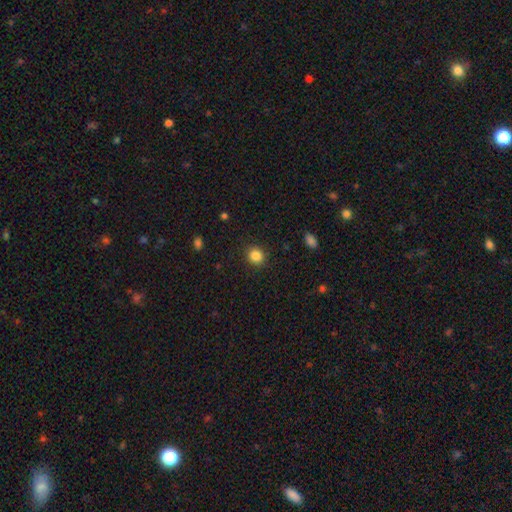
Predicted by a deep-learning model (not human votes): Smooth or featured?
  - smooth: 86% *
  - star or artifact: 11%
  - featured or disk: 3%
How rounded?
  - round: 83% *
  - in between: 16%
  - cigar-shaped: 1%
Merging?
  - none: 90% *
  - minor disturbance: 7%
  - major disturbance: 3%
  - merger: 1%